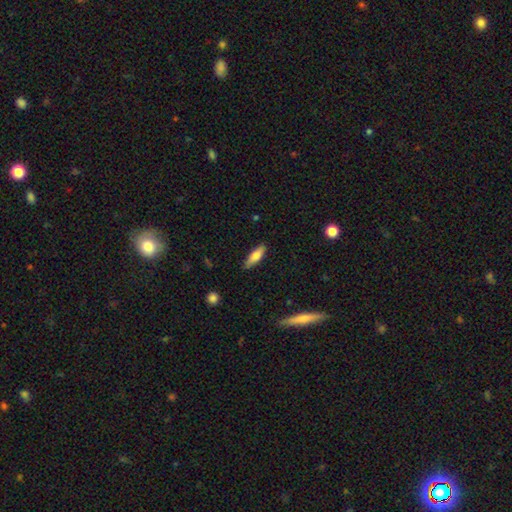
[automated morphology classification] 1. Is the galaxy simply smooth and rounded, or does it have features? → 71% smooth, 22% featured or disk, 6% star or artifact.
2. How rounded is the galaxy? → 51% cigar-shaped, 47% in between, 2% round.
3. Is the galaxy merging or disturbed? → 85% none, 12% minor disturbance, 2% major disturbance, 1% merger.